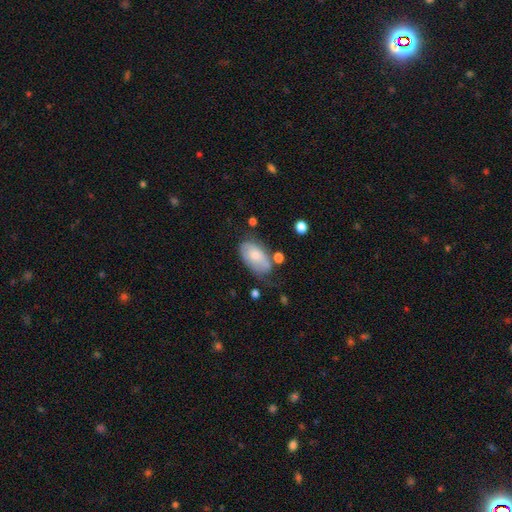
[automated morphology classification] smooth 63%, featured or disk 30%, star or artifact 7%. Down the decision tree: how rounded — in between (93%); merging — none (48%).